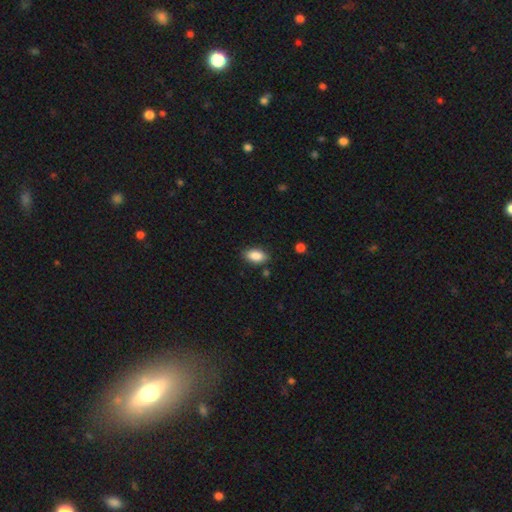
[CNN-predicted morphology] smooth-or-featured: smooth: 87% | star or artifact: 7% | featured or disk: 5%
  how-rounded: in between: 92% | round: 5% | cigar-shaped: 3%
  merging: none: 85% | minor disturbance: 10% | major disturbance: 2% | merger: 2%